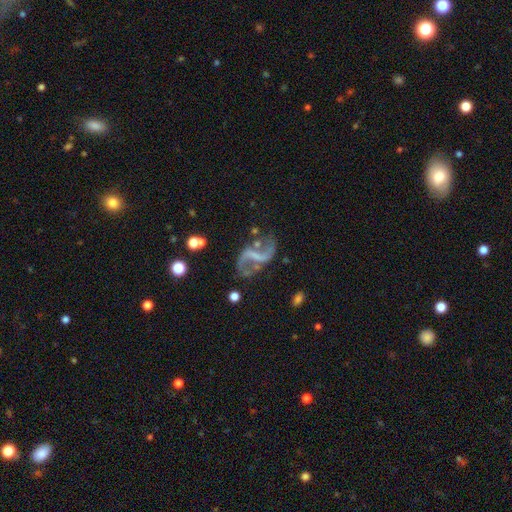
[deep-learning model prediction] smooth_or_featured: featured or disk (p=0.86) [alt: star or artifact p=0.07]
disk_edge_on: no (p=0.98) [alt: yes p=0.02]
bar: strong (p=0.46) [alt: weak p=0.36]
has_spiral_arms: yes (p=0.91) [alt: no p=0.09]
spiral_winding: loose (p=0.81) [alt: medium p=0.15]
spiral_arm_count: 2 (p=0.92) [alt: 1 p=0.03]
bulge_size: none (p=0.63) [alt: small p=0.25]
merging: none (p=0.63) [alt: minor disturbance p=0.17]